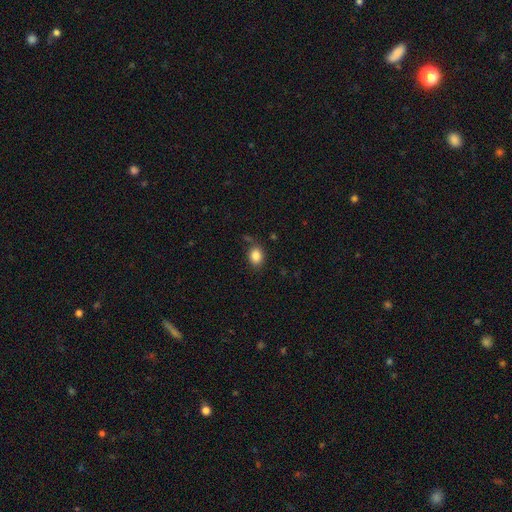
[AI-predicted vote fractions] This appears to be a smooth galaxy with no disk features (86%) that is in between round and cigar-shaped (62%). Merging: none (78%).